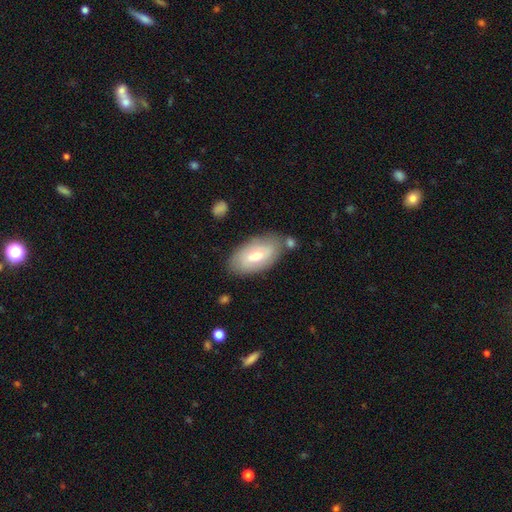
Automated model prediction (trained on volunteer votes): Q: Smooth or featured?
A: smooth (50%); runner-up: featured or disk (43%)
Q: How rounded?
A: in between (93%); runner-up: round (4%)
Q: Merging?
A: none (74%); runner-up: minor disturbance (16%)